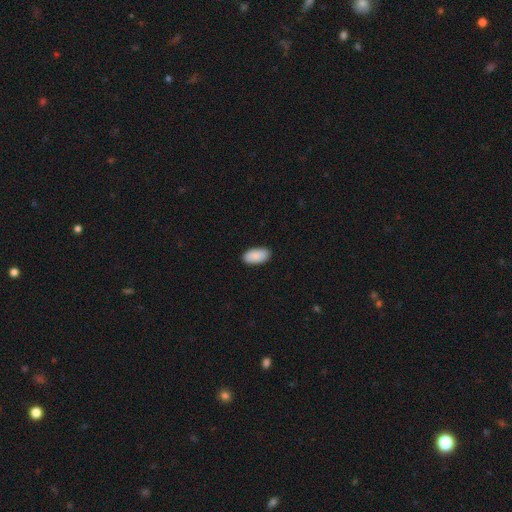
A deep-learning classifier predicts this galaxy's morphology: type=smooth (91%); roundness=in between (95%); merging=none (89%).